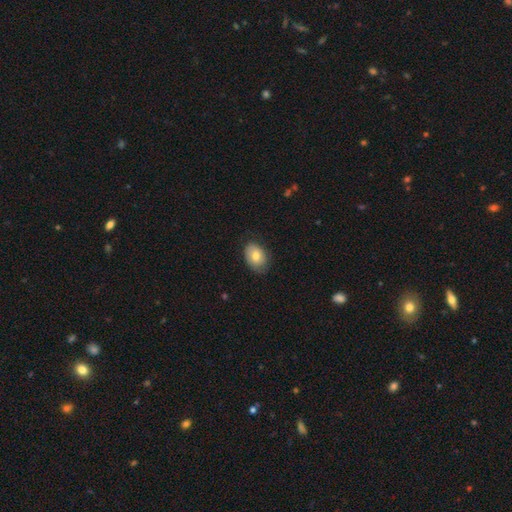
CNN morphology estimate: smooth_or_featured: smooth (p=0.75) [alt: featured or disk p=0.17]
how_rounded: in between (p=0.81) [alt: round p=0.18]
merging: none (p=0.77) [alt: minor disturbance p=0.19]